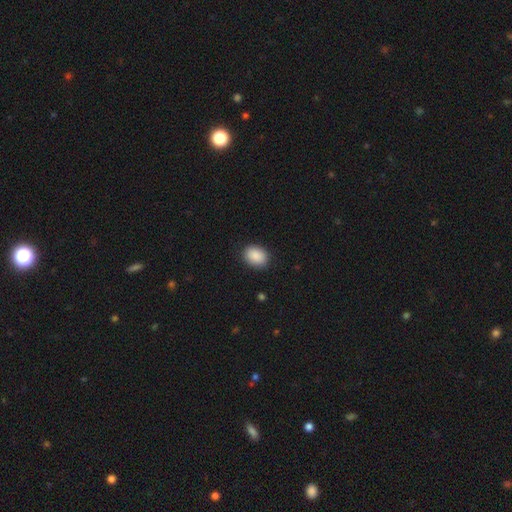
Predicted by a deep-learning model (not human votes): Smooth or featured? Predicted: smooth (p=0.90). How rounded? Predicted: in between (p=0.69). Merging? Predicted: none (p=0.87).